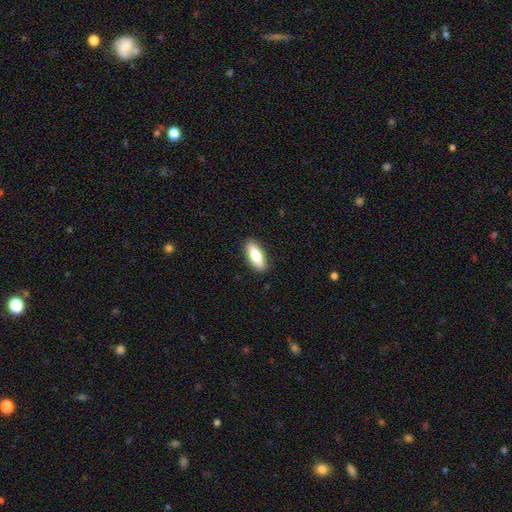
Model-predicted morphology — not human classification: smooth 72%, featured or disk 22%, star or artifact 6%. Down the decision tree: how rounded — in between (70%); merging — none (89%).